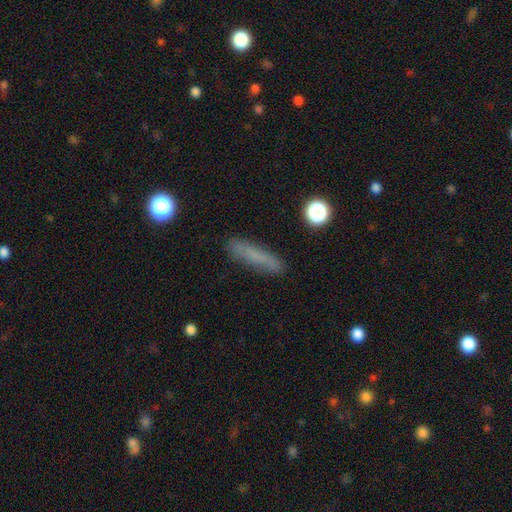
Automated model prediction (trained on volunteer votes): Q: Smooth or featured?
A: smooth (73%); runner-up: featured or disk (17%)
Q: How rounded?
A: cigar-shaped (85%); runner-up: in between (13%)
Q: Merging?
A: none (83%); runner-up: minor disturbance (12%)